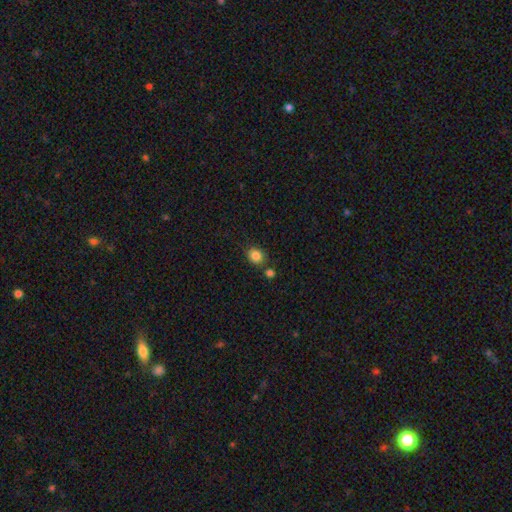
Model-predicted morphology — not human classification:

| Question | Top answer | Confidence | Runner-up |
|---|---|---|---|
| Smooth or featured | smooth | 84% | star or artifact (10%) |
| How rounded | round | 69% | in between (30%) |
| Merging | none | 73% | merger (12%) |